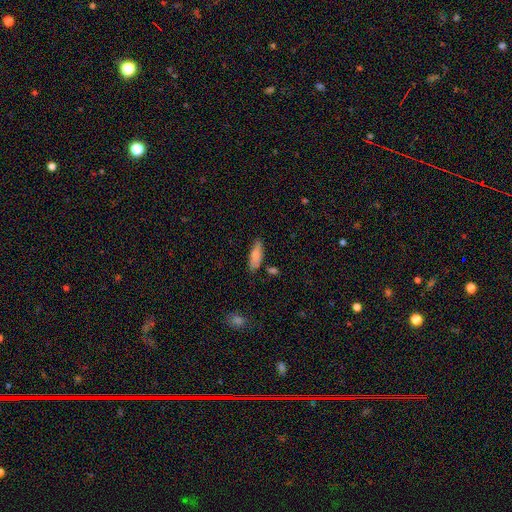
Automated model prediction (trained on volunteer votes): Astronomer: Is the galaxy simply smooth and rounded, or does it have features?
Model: smooth — 80%.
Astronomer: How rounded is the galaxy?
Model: in between — 66%.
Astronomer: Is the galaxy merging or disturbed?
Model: none — 73%.